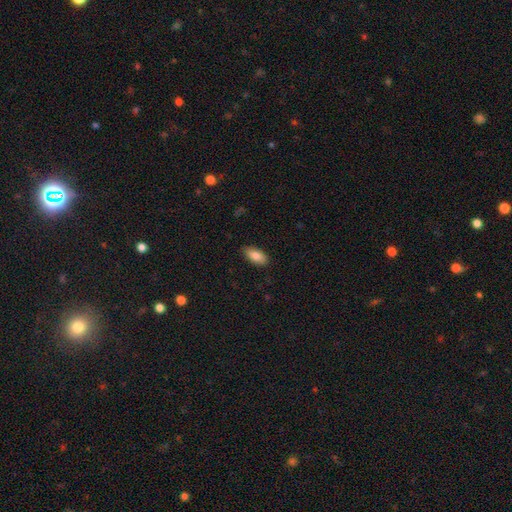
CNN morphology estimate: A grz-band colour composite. It shows a smooth galaxy with no disk features (82%) that is in between round and cigar-shaped (91%). Merging: none (87%).